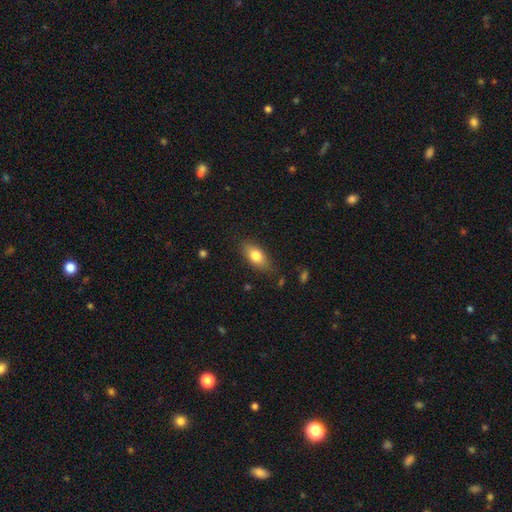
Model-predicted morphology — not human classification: Smooth or featured? smooth (78%)
How rounded? in between (84%)
Merging? none (82%)